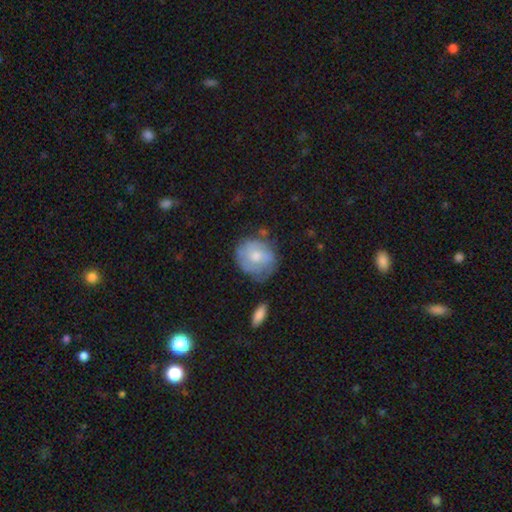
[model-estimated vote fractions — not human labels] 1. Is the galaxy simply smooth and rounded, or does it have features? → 51% smooth, 43% featured or disk, 7% star or artifact.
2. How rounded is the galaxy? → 73% round, 26% in between, 1% cigar-shaped.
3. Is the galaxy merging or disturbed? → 58% none, 26% minor disturbance, 12% major disturbance, 4% merger.